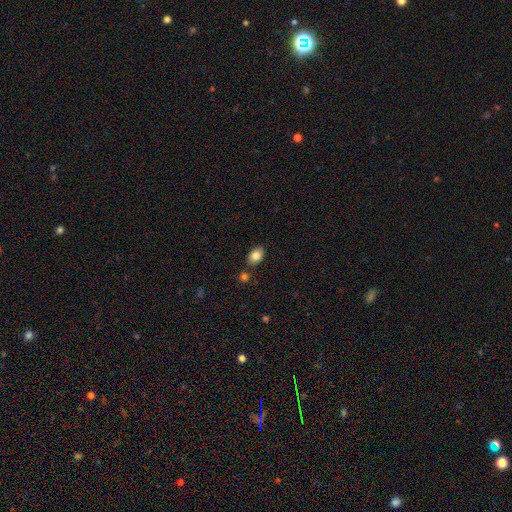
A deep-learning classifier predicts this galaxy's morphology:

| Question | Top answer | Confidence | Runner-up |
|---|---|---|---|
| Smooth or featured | smooth | 84% | star or artifact (8%) |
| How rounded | in between | 85% | round (13%) |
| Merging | none | 79% | minor disturbance (11%) |